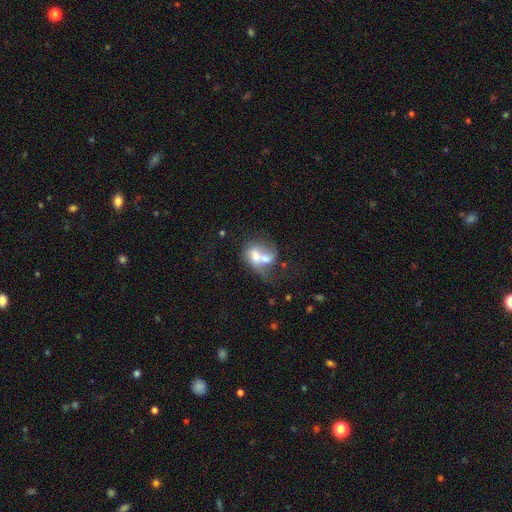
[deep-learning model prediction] Q: Smooth or featured?
A: smooth (54%); runner-up: featured or disk (37%)
Q: How rounded?
A: in between (57%); runner-up: round (42%)
Q: Merging?
A: merger (75%); runner-up: none (10%)